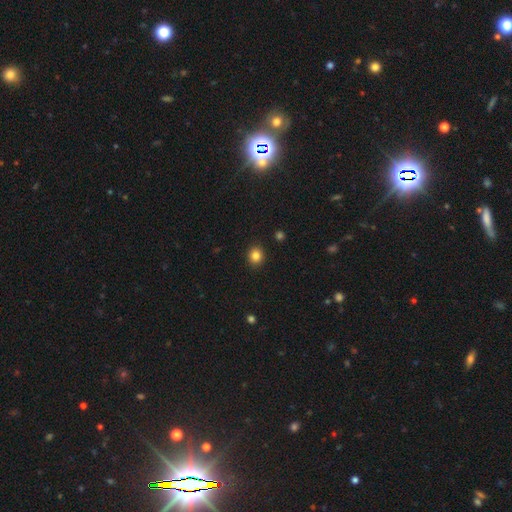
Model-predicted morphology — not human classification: This is clearly a smooth galaxy (84%). How rounded: clearly round (83%). Merging: clearly none (92%).